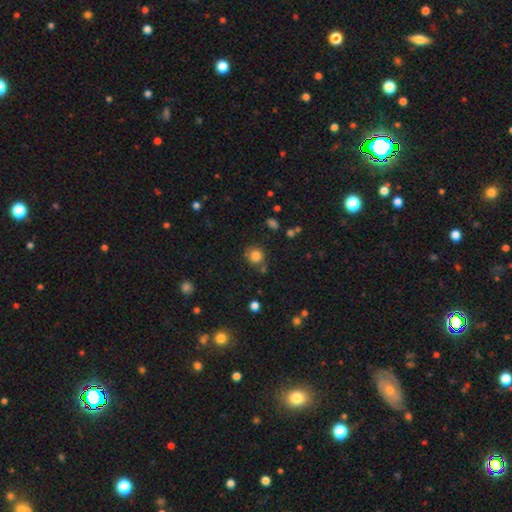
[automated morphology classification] smooth_or_featured: smooth (p=0.82) [alt: star or artifact p=0.12]
how_rounded: round (p=0.88) [alt: in between p=0.11]
merging: none (p=0.75) [alt: minor disturbance p=0.13]